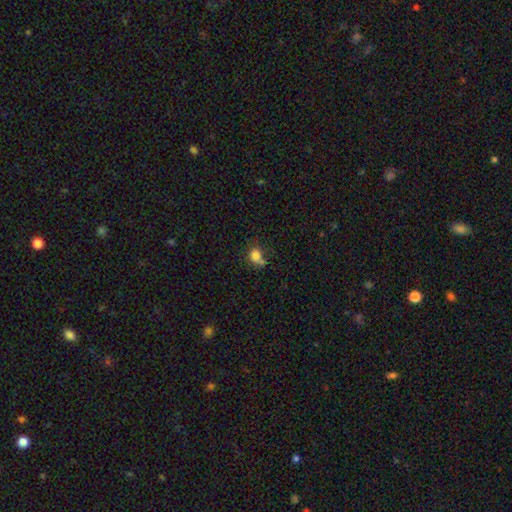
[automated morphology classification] This appears to be a smooth galaxy with no disk features (79%) that is round (63%). Merging: none (49%).